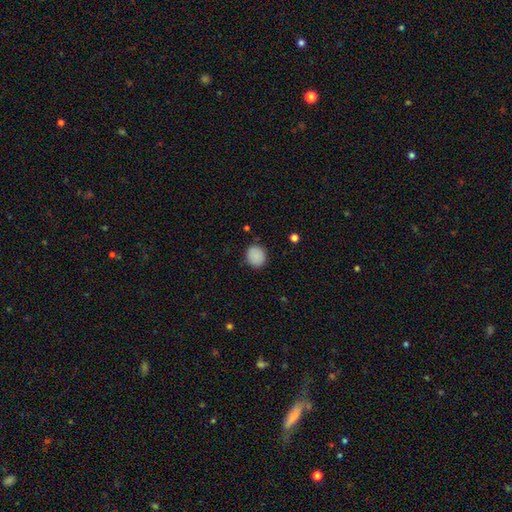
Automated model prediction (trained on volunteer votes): smooth_or_featured: smooth (p=0.88) [alt: star or artifact p=0.08]
how_rounded: round (p=0.84) [alt: in between p=0.16]
merging: none (p=0.87) [alt: minor disturbance p=0.09]